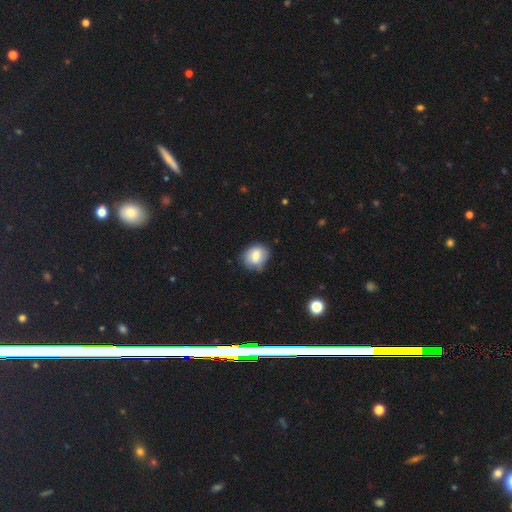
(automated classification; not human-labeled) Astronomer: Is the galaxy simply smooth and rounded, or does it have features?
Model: smooth — 75%.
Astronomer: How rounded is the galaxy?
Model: round — 60% (runner-up: in between, 39%).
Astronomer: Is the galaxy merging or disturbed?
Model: none — 66%.